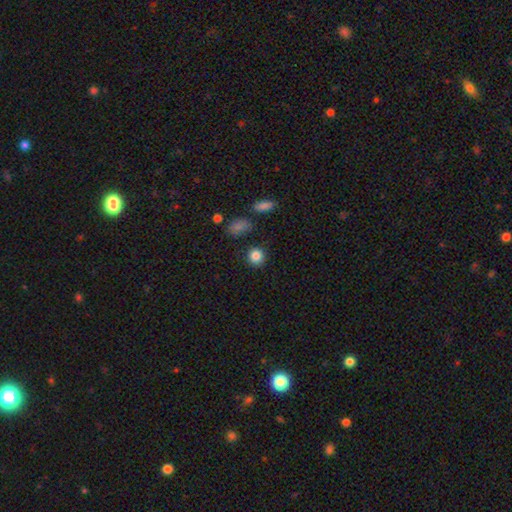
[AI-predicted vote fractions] smooth-or-featured: smooth: 85% | star or artifact: 10% | featured or disk: 5%
  how-rounded: round: 88% | in between: 11% | cigar-shaped: 1%
  merging: none: 88% | minor disturbance: 7% | major disturbance: 2% | merger: 2%